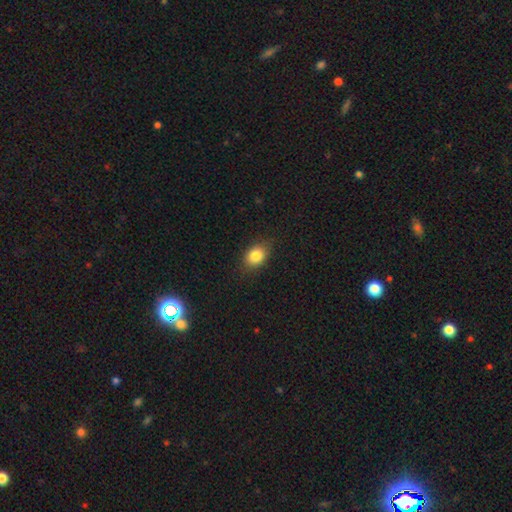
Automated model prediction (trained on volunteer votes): Smooth or featured: smooth — 83% (star or artifact — 10%)
How rounded: in between — 68% (round — 30%)
Merging: none — 83% (minor disturbance — 13%)